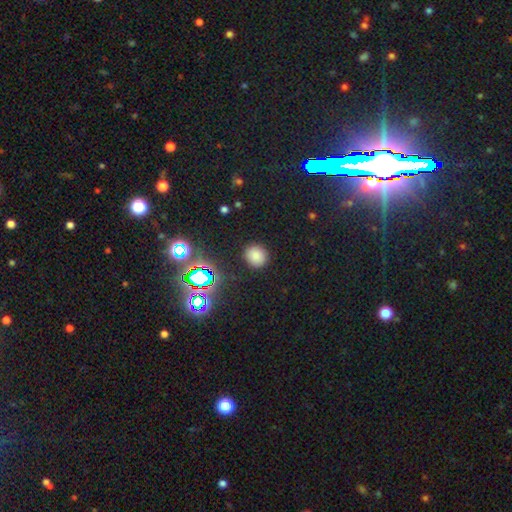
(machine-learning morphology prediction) Smooth or featured?
  - smooth: 75% *
  - star or artifact: 19%
  - featured or disk: 6%
How rounded?
  - round: 84% *
  - in between: 15%
  - cigar-shaped: 1%
Merging?
  - none: 88% *
  - minor disturbance: 7%
  - major disturbance: 3%
  - merger: 1%